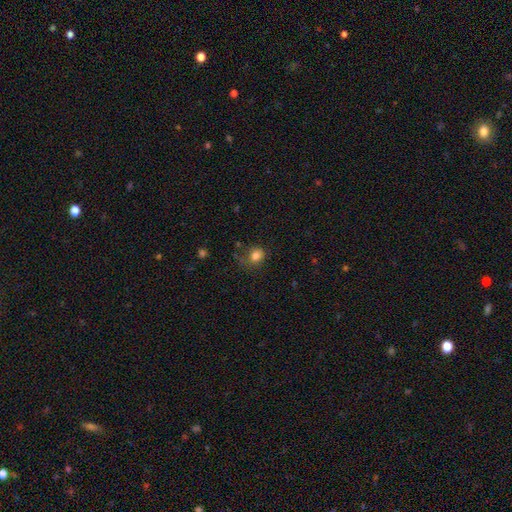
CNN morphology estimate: type=smooth (81%); roundness=round (60%); merging=none (60%).